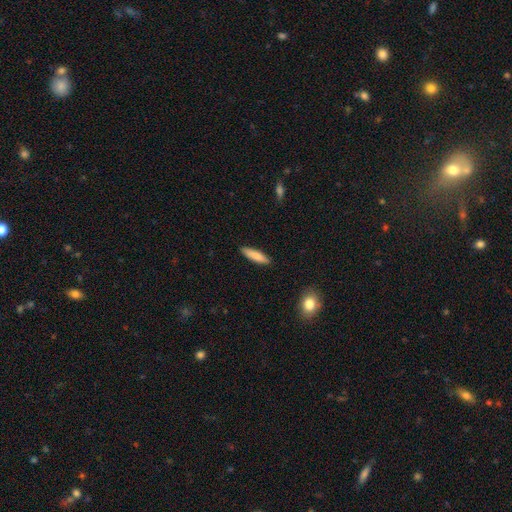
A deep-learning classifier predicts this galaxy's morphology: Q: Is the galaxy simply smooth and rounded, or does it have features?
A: smooth — 83%.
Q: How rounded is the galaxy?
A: cigar-shaped — 74%.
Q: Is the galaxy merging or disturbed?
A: none — 89%.